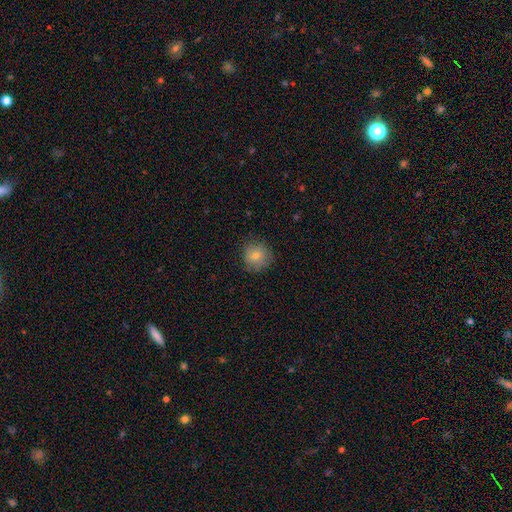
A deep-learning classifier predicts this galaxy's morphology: Q: Smooth or featured?
A: smooth (78%); runner-up: featured or disk (12%)
Q: How rounded?
A: round (91%); runner-up: in between (8%)
Q: Merging?
A: none (82%); runner-up: minor disturbance (13%)